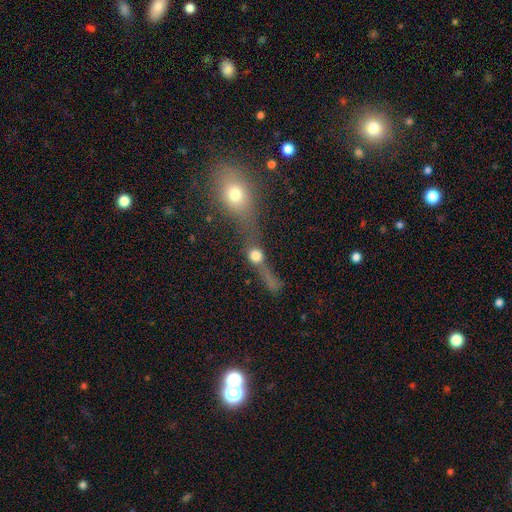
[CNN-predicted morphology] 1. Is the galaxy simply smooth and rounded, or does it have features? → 57% smooth, 25% featured or disk, 17% star or artifact.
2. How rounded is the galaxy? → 62% round, 22% in between, 16% cigar-shaped.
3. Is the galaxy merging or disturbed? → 50% merger, 30% none, 12% major disturbance, 9% minor disturbance.